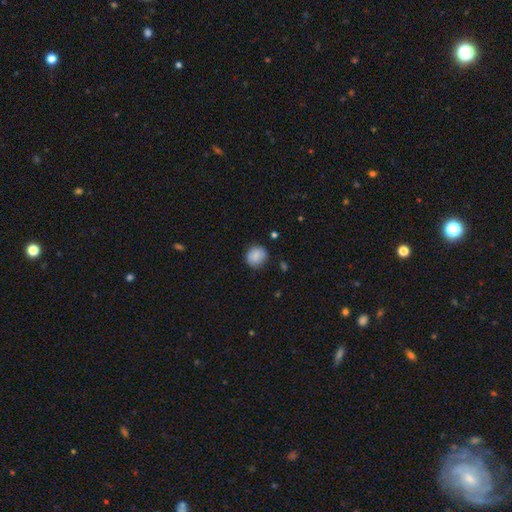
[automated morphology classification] smooth_or_featured: smooth (p=0.85) [alt: star or artifact p=0.08]
how_rounded: round (p=0.79) [alt: in between p=0.20]
merging: none (p=0.78) [alt: minor disturbance p=0.16]